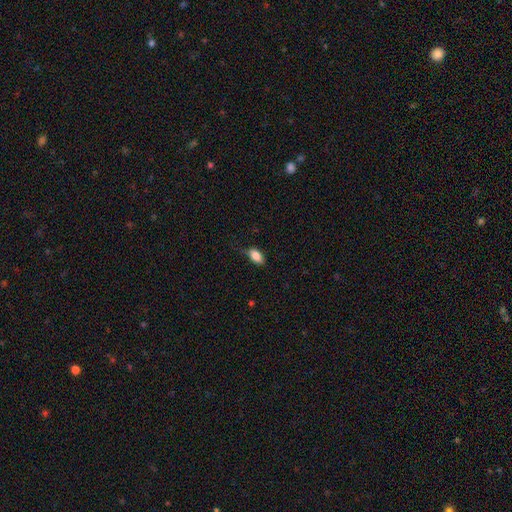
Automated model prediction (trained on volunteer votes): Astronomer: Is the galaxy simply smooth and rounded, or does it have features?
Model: smooth — 84%.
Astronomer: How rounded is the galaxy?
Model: in between — 90%.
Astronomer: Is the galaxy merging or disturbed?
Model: none — 63%.